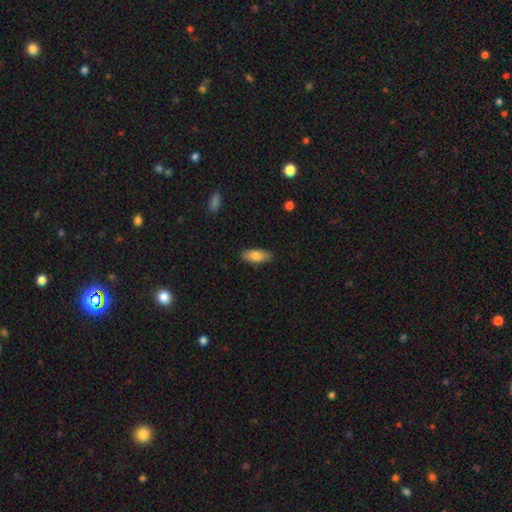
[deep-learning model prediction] This is likely a smooth galaxy (79%). How rounded: likely in between (76%). Merging: clearly none (85%).